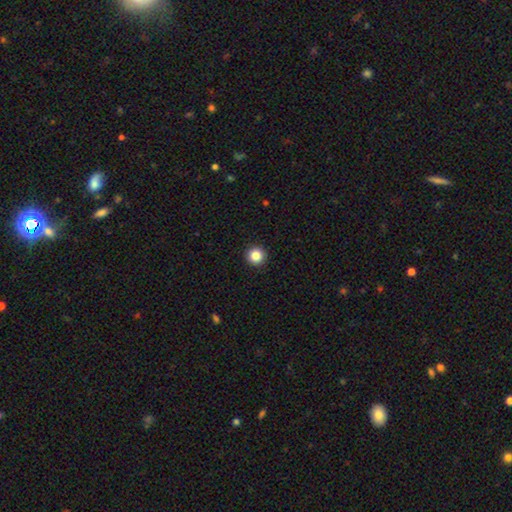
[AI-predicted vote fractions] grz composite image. It shows a smooth galaxy with no disk features (85%) that is round (96%). Merging: none (93%).